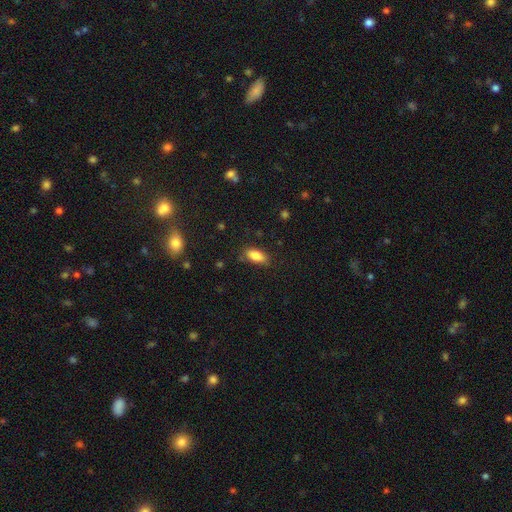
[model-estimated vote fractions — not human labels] This appears to be a smooth galaxy with no disk features (86%) that is in between round and cigar-shaped (86%). Merging: none (81%).